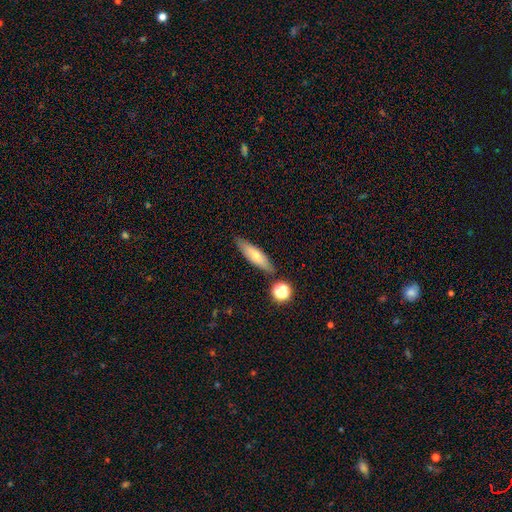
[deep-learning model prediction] Smooth or featured: smooth — 68% (featured or disk — 24%)
How rounded: cigar-shaped — 66% (in between — 32%)
Merging: none — 81% (minor disturbance — 11%)